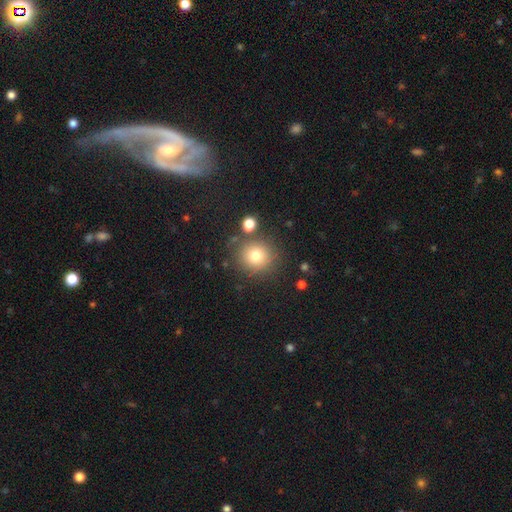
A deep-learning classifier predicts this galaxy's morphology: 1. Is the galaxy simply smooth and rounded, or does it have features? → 76% smooth, 14% star or artifact, 10% featured or disk.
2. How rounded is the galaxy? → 89% round, 10% in between, 1% cigar-shaped.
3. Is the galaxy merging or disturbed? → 80% none, 9% minor disturbance, 7% merger, 4% major disturbance.